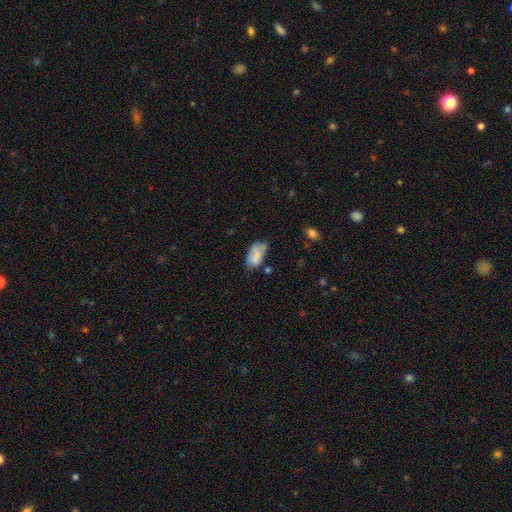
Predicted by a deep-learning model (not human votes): Morphology: type=smooth (74%); roundness=in between (92%); merging=none (39%).